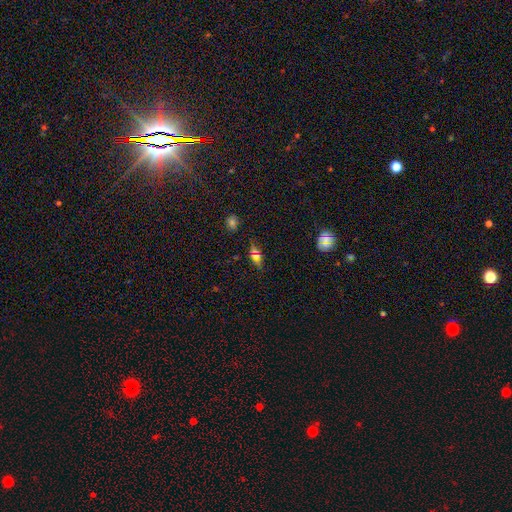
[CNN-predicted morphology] Overall: smooth (47%; star or artifact 34%). Merging: none (83%).